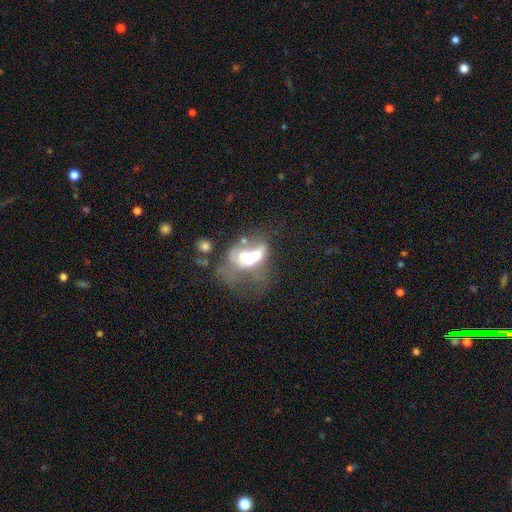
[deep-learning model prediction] Q: Smooth or featured?
A: featured or disk (51%); runner-up: smooth (37%)
Q: Edge-on disk?
A: no (95%); runner-up: yes (5%)
Q: Merging?
A: merger (66%); runner-up: major disturbance (18%)